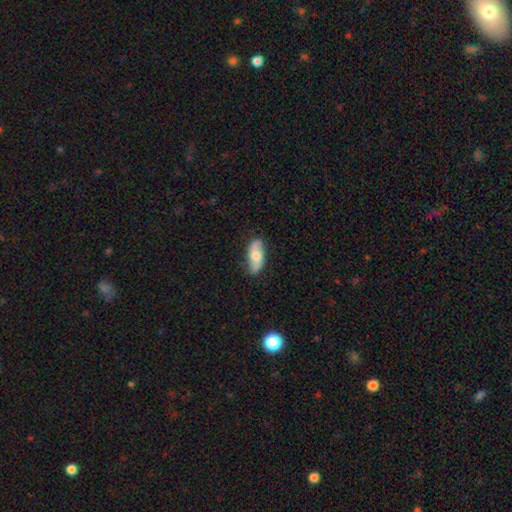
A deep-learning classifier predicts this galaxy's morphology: This appears to be a smooth galaxy with no disk features (58%) that is in between round and cigar-shaped (87%). Merging: none (80%).